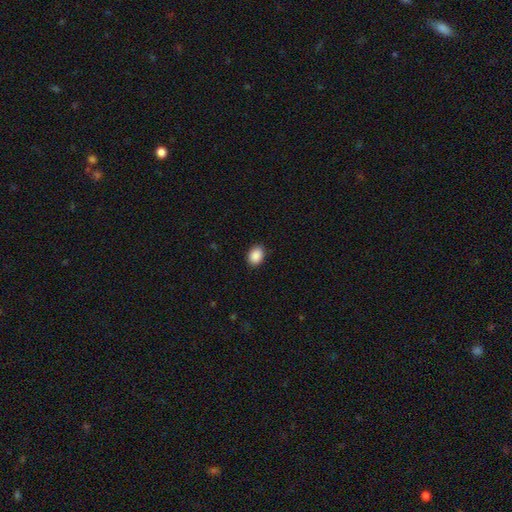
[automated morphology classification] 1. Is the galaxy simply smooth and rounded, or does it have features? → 89% smooth, 8% star or artifact, 3% featured or disk.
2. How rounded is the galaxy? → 66% in between, 33% round, 1% cigar-shaped.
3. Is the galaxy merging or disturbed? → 89% none, 8% minor disturbance, 2% major disturbance, 1% merger.